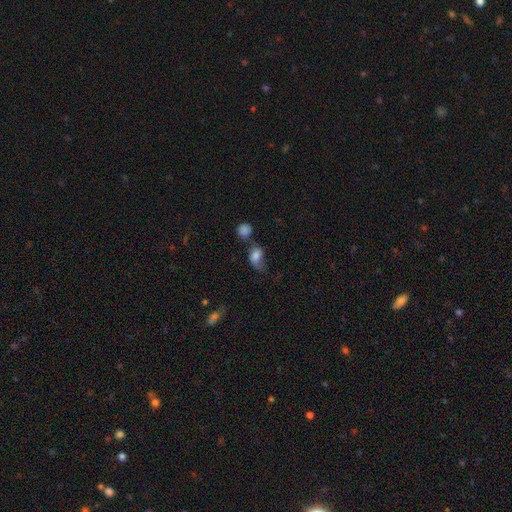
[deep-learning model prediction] Smooth or featured?
  - smooth: 73% *
  - featured or disk: 17%
  - star or artifact: 10%
How rounded?
  - in between: 73% *
  - round: 24%
  - cigar-shaped: 2%
Merging?
  - none: 34% *
  - minor disturbance: 29%
  - major disturbance: 23%
  - merger: 14%